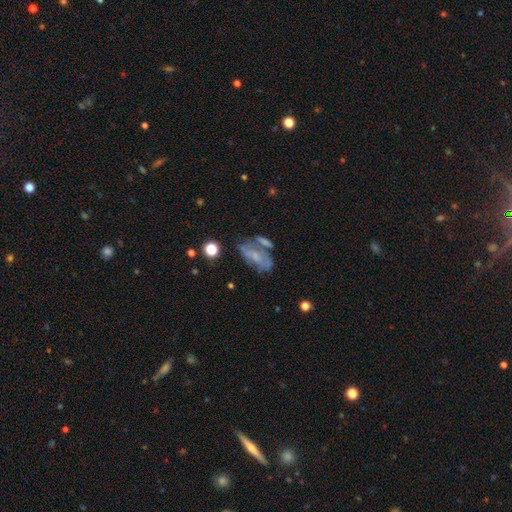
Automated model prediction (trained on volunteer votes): A featured or disk galaxy (55%) with no bar (68%), no spiral arms (55%) and a small central bulge (56%). Merging: none (39%).